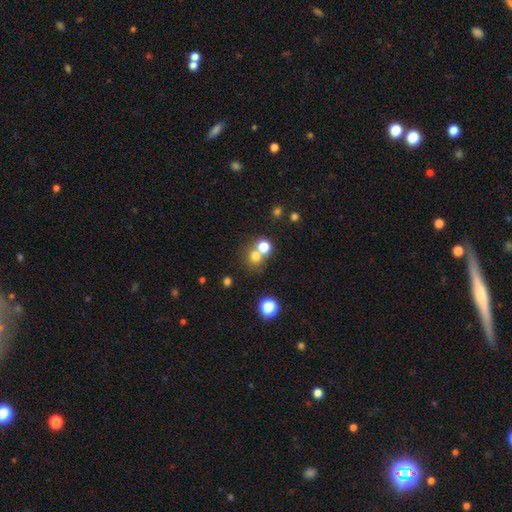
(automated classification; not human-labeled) The model was most divided on "merging": none: 53%, merger: 36%, minor disturbance: 7%, major disturbance: 4%. More confident: how rounded — round (83%); smooth or featured — smooth (71%).